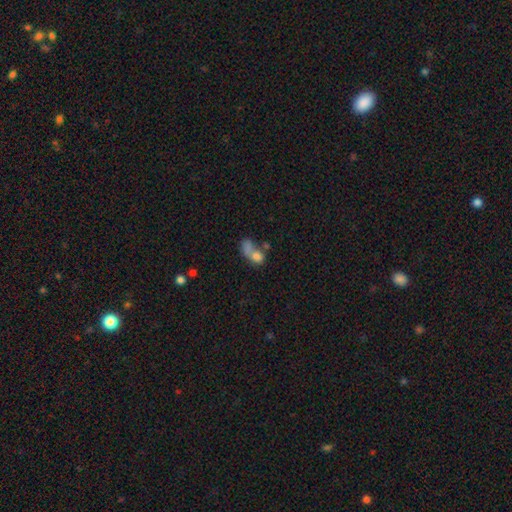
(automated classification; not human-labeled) Smooth or featured? Predicted: smooth (p=0.70). How rounded? Predicted: in between (p=0.59). Merging? Predicted: merger (p=0.58).